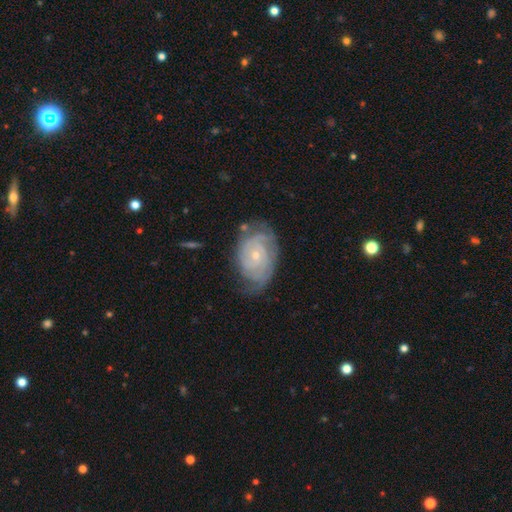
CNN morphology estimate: featured or disk 83%, smooth 11%, star or artifact 6%. Down the decision tree: edge-on disk — no (97%); bar — no (73%); spiral arms — yes (94%); spiral arm count — can't tell (35%); spiral winding — tight (72%); bulge size — small (73%); merging — none (64%).